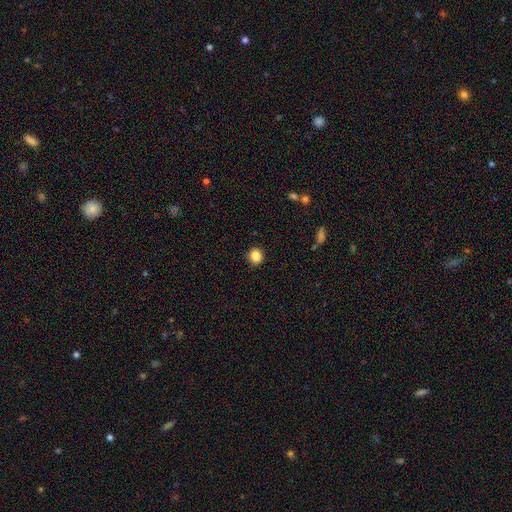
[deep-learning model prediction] smooth-or-featured: smooth: 87% | star or artifact: 10% | featured or disk: 3%
  how-rounded: round: 82% | in between: 17% | cigar-shaped: 1%
  merging: none: 90% | minor disturbance: 7% | major disturbance: 2% | merger: 1%